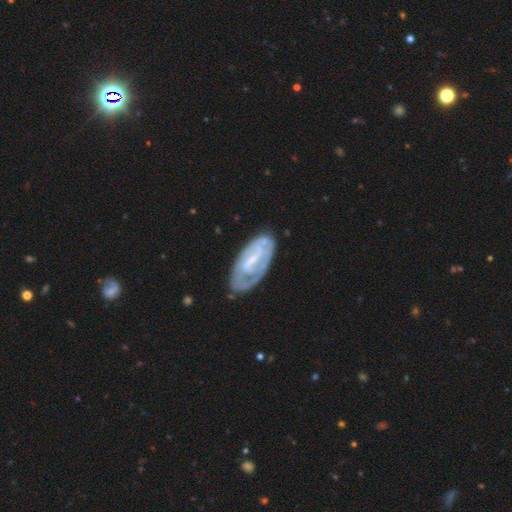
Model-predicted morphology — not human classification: Smooth or featured? featured or disk (71%)
Edge-on disk? no (91%)
Bar? weak (42%)
Spiral arms? yes (70%)
Bulge size? small (52%)
Merging? none (72%)